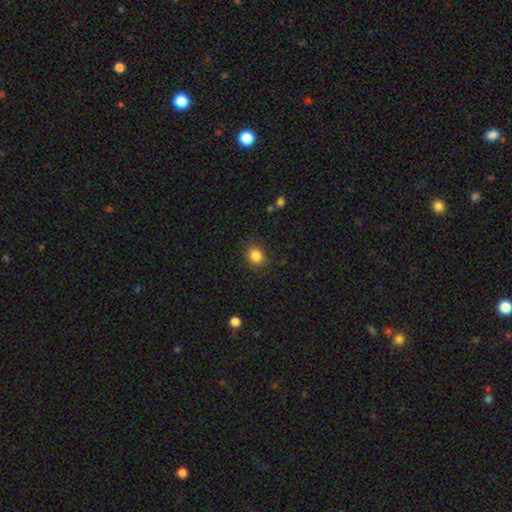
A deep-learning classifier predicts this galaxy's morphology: The model was most divided on "how rounded": round: 68%, in between: 31%, cigar-shaped: 1%. More confident: smooth or featured — smooth (85%); merging — none (84%).